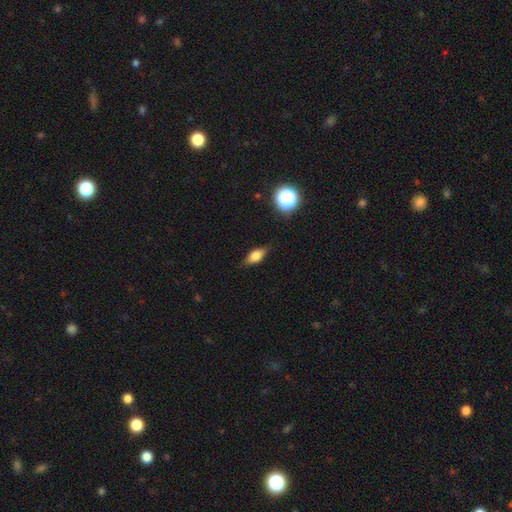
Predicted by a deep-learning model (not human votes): Smooth or featured: smooth — 54% (featured or disk — 36%)
How rounded: in between — 68% (cigar-shaped — 22%)
Merging: none — 79% (minor disturbance — 16%)